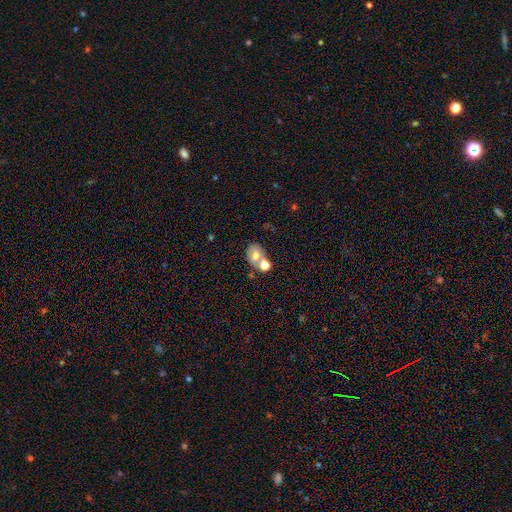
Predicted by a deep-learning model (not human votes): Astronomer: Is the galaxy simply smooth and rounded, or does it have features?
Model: smooth — 65%.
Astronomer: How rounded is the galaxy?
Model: in between — 54% (runner-up: round, 45%).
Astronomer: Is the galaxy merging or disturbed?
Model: none — 44% (runner-up: merger, 39%).